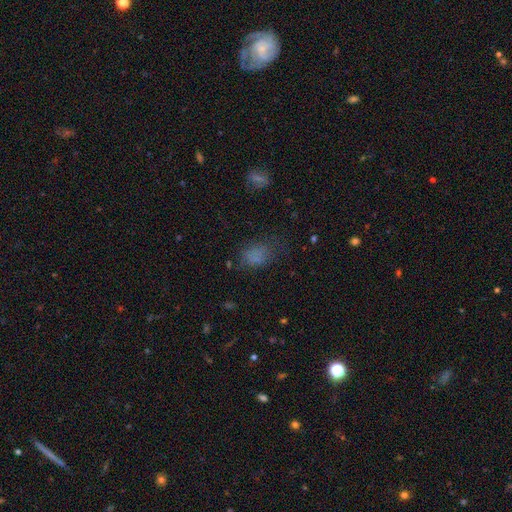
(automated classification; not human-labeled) smooth-or-featured: smooth: 72% | star or artifact: 17% | featured or disk: 11%
  how-rounded: in between: 76% | round: 22% | cigar-shaped: 2%
  merging: none: 54% | minor disturbance: 25% | major disturbance: 18% | merger: 3%